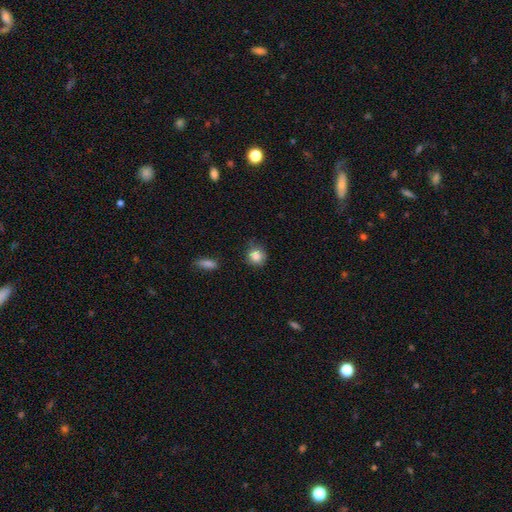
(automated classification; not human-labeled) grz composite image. It shows a smooth galaxy with no disk features (85%) that is round (77%). Merging: none (70%).